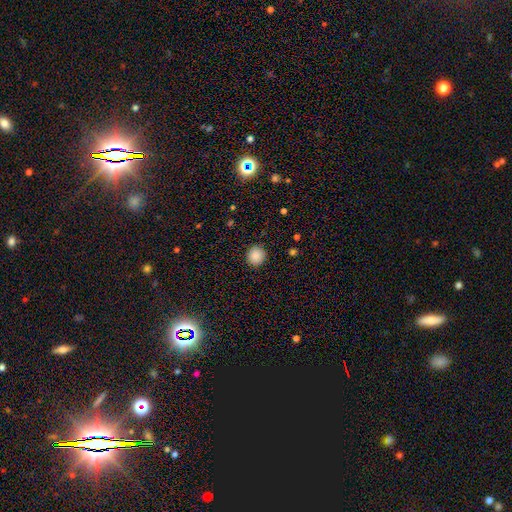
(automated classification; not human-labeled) A smooth galaxy with no disk features (87%) that is round (92%).

Vote fractions:
- Smooth or featured? smooth: 87% / star or artifact: 10% / featured or disk: 3%
- How rounded? round: 92% / in between: 7% / cigar-shaped: 1%
- Merging? none: 91% / minor disturbance: 6% / major disturbance: 2% / merger: 1%